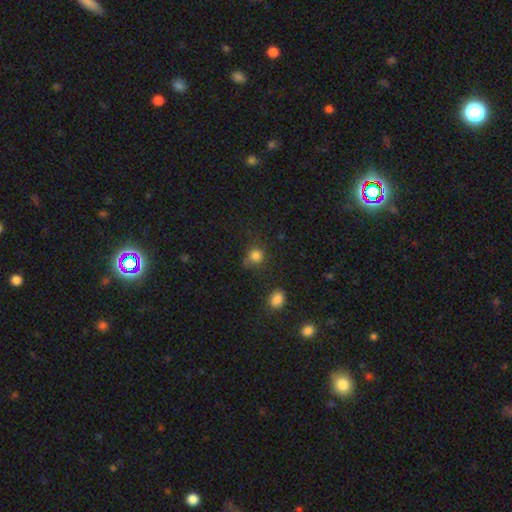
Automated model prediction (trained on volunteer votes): Q: Smooth or featured?
A: smooth (80%); runner-up: star or artifact (14%)
Q: How rounded?
A: round (78%); runner-up: in between (21%)
Q: Merging?
A: none (59%); runner-up: minor disturbance (24%)